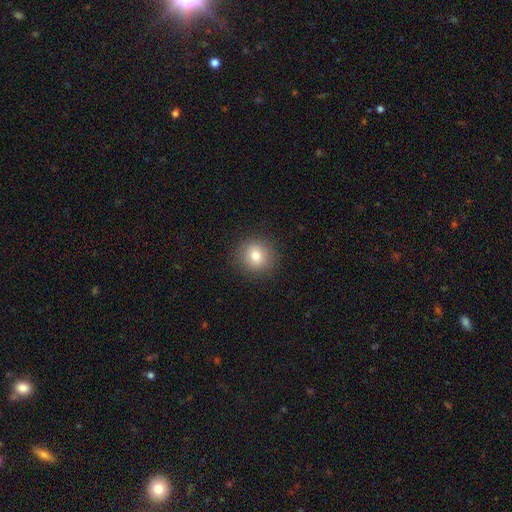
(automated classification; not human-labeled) A smooth galaxy with no disk features (80%) that is round (88%).

Vote fractions:
- Smooth or featured? smooth: 80% / star or artifact: 11% / featured or disk: 9%
- How rounded? round: 88% / in between: 11% / cigar-shaped: 1%
- Merging? none: 90% / minor disturbance: 7% / major disturbance: 2% / merger: 1%